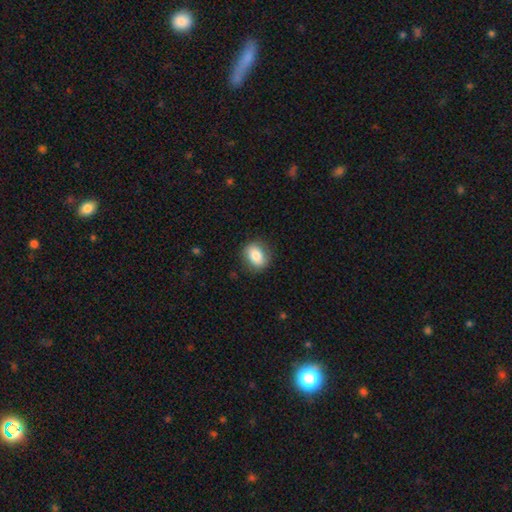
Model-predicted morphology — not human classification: smooth_or_featured: smooth (p=0.81) [alt: featured or disk p=0.11]
how_rounded: in between (p=0.61) [alt: round p=0.37]
merging: none (p=0.84) [alt: minor disturbance p=0.12]